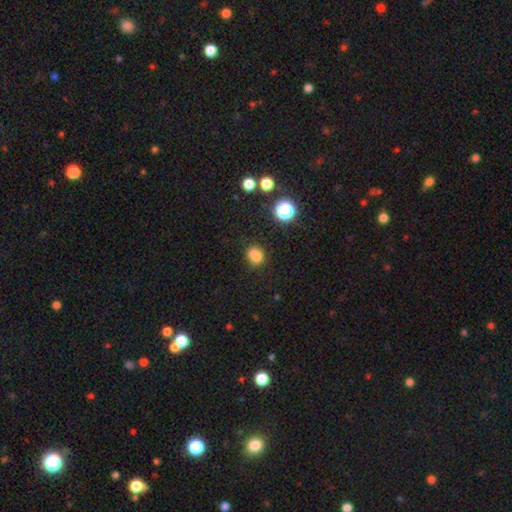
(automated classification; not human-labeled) Q: Smooth or featured?
A: smooth (75%); runner-up: star or artifact (15%)
Q: How rounded?
A: round (62%); runner-up: in between (37%)
Q: Merging?
A: none (56%); runner-up: merger (22%)